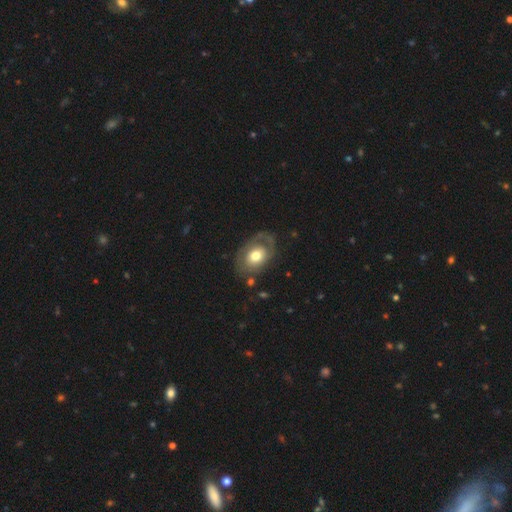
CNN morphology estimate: This is possibly a featured or disk galaxy (51%). It is clearly not viewed edge-on (94%). Merging: likely none (62%).